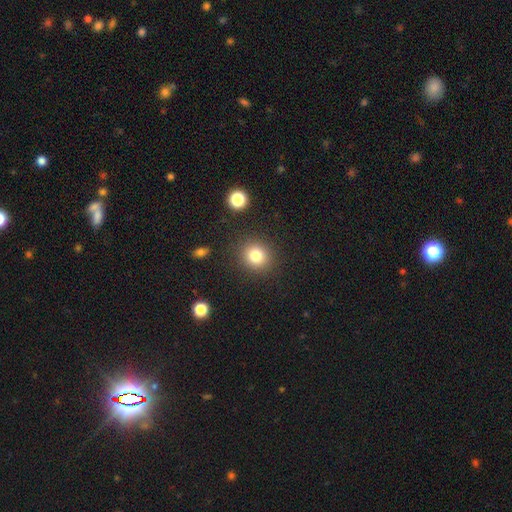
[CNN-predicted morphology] A smooth galaxy with no disk features (80%) that is round (87%).

Vote fractions:
- Smooth or featured? smooth: 80% / star or artifact: 13% / featured or disk: 7%
- How rounded? round: 87% / in between: 12% / cigar-shaped: 1%
- Merging? none: 88% / minor disturbance: 7% / major disturbance: 3% / merger: 2%